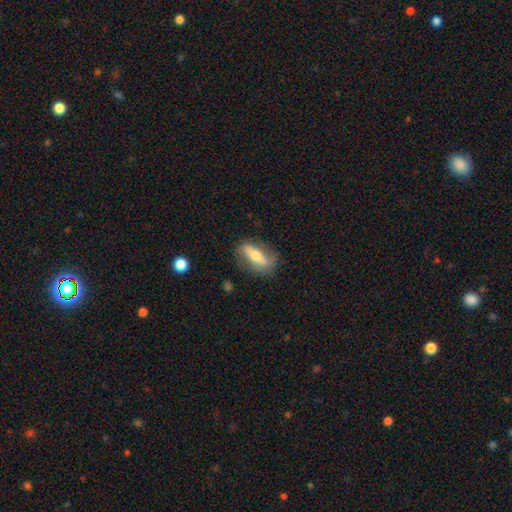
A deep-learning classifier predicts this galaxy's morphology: This is possibly a featured or disk galaxy (51%). It is possibly not viewed edge-on (55%). Merging: likely none (75%).